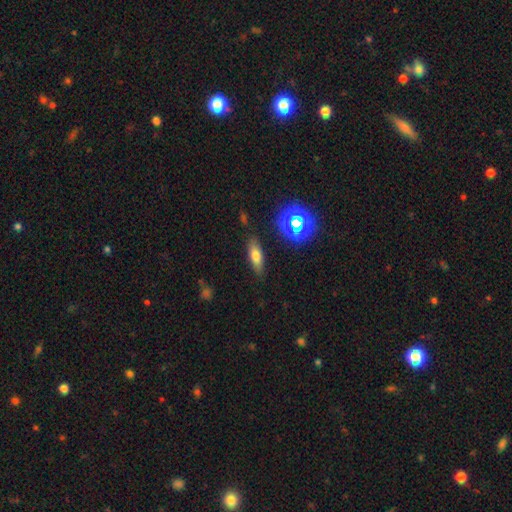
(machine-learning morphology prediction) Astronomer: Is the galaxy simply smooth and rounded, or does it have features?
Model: smooth — 66%.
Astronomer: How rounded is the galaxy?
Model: in between — 57% (runner-up: cigar-shaped, 37%).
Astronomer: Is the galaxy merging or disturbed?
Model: none — 84%.